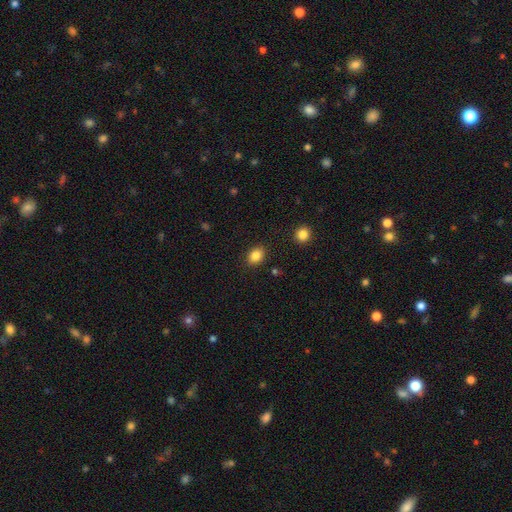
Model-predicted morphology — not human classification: This is clearly a smooth galaxy (85%). How rounded: likely in between (65%). Merging: clearly none (87%).